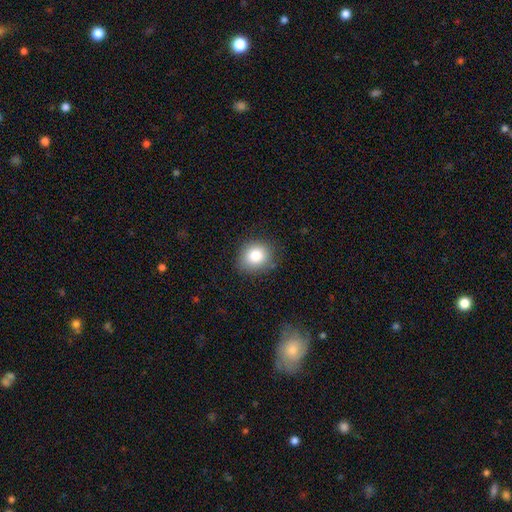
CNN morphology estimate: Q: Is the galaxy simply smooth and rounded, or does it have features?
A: smooth — 83%.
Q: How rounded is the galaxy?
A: round — 67%.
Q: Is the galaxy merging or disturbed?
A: none — 84%.